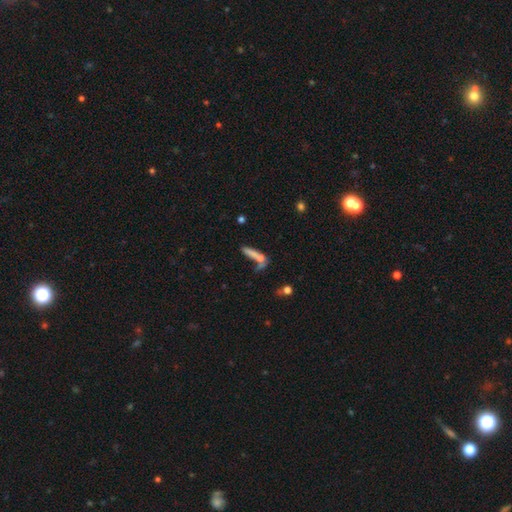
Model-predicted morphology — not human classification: A smooth galaxy with no disk features (65%) that is cigar-shaped (77%). Merging: none (46%).